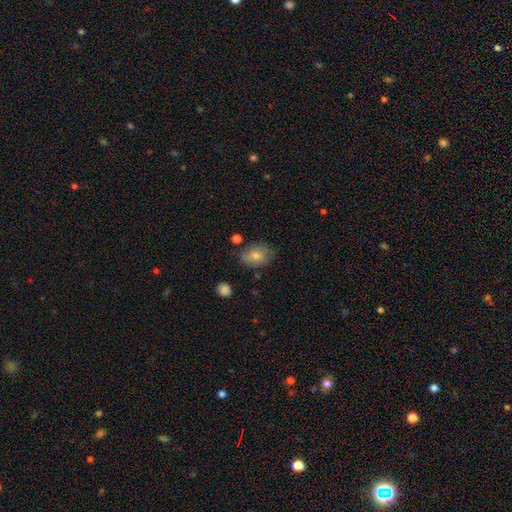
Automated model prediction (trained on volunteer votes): A smooth galaxy with no disk features (73%) that is in between round and cigar-shaped (69%). Merging: none (66%).